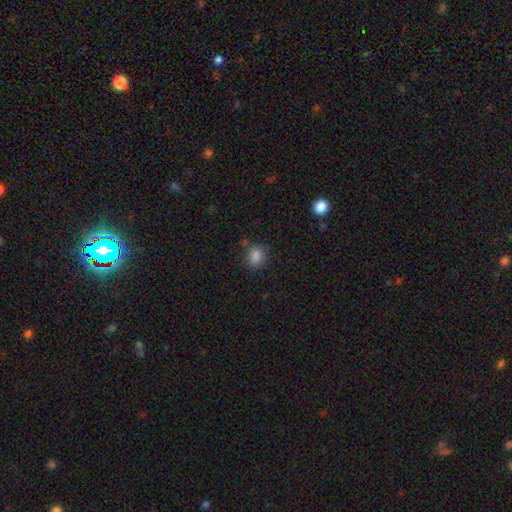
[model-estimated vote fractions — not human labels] Overall: smooth (84%). How rounded: round (57%; in between 42%). Merging: none (75%).